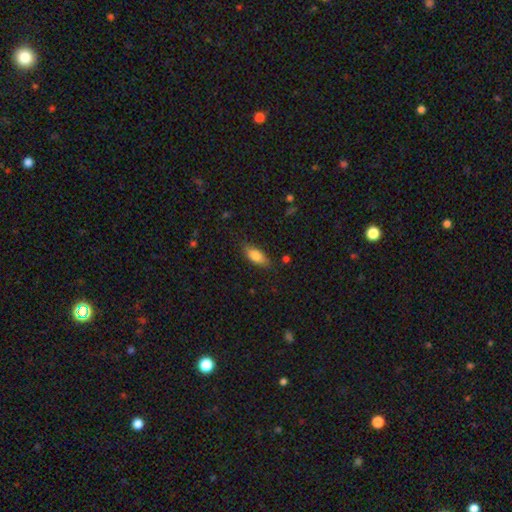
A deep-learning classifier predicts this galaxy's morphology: smooth 78%, featured or disk 15%, star or artifact 7%. Down the decision tree: how rounded — in between (80%); merging — none (80%).